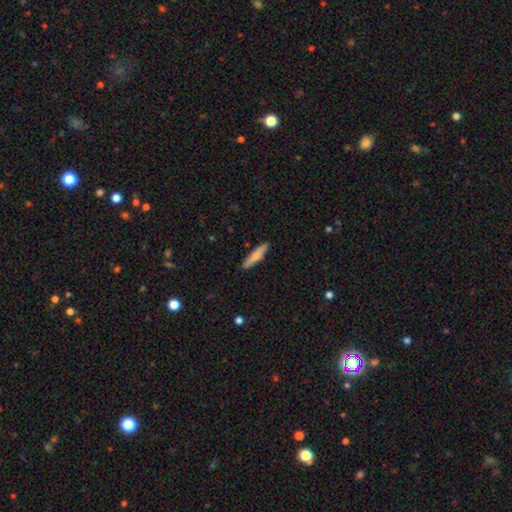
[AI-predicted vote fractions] This appears to be a smooth galaxy with no disk features (78%) that is cigar-shaped (87%). Merging: none (90%).